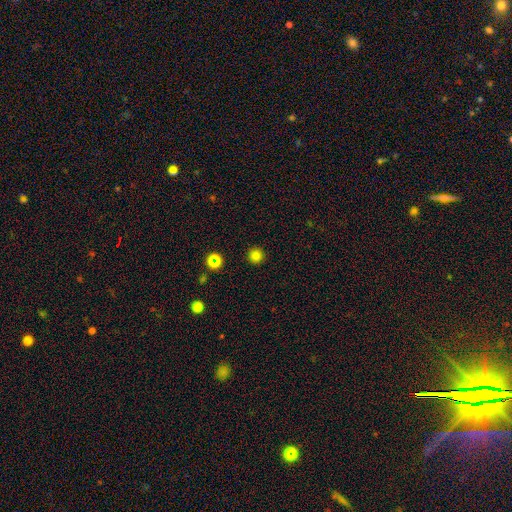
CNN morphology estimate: Q: Smooth or featured?
A: smooth (79%); runner-up: star or artifact (16%)
Q: How rounded?
A: round (96%); runner-up: in between (3%)
Q: Merging?
A: none (93%); runner-up: minor disturbance (5%)